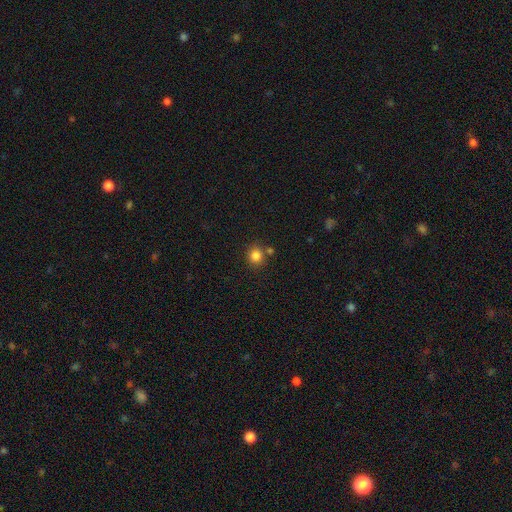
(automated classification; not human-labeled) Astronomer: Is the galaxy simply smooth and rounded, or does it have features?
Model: smooth — 83%.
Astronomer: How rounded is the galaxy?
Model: round — 89%.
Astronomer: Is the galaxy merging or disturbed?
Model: none — 78%.